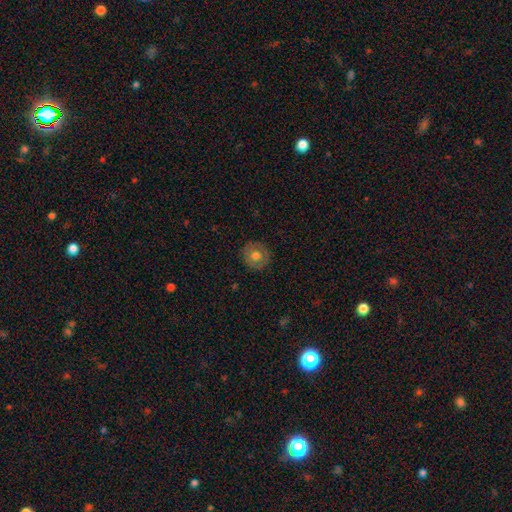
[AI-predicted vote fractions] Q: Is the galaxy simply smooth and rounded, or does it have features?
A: smooth — 63%.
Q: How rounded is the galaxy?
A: round — 91%.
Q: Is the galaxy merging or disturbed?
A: none — 87%.